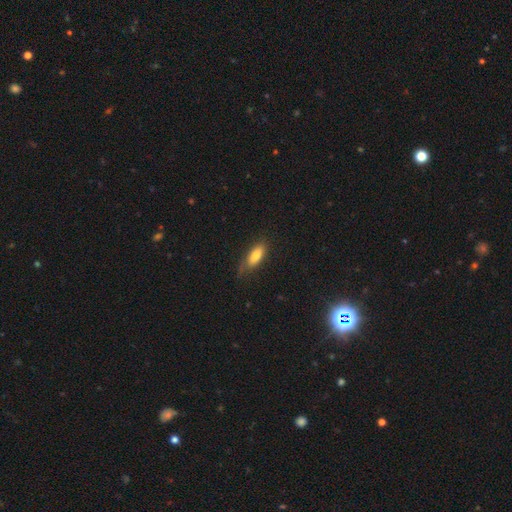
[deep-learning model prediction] The model was most divided on "merging": none: 62%, minor disturbance: 27%, major disturbance: 9%, merger: 2%. More confident: smooth or featured — smooth (76%); how rounded — in between (70%).